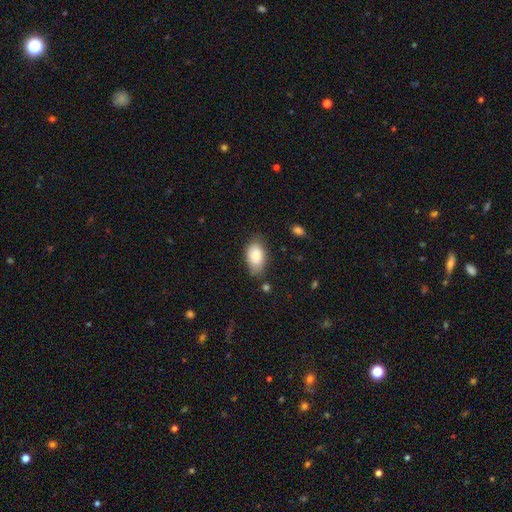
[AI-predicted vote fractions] Smooth or featured? Predicted: smooth (p=0.83). How rounded? Predicted: in between (p=0.93). Merging? Predicted: none (p=0.67).